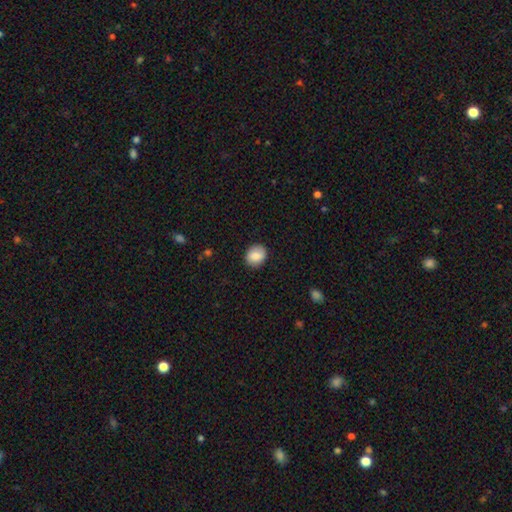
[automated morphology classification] type=smooth (86%); roundness=round (59%); merging=none (87%).